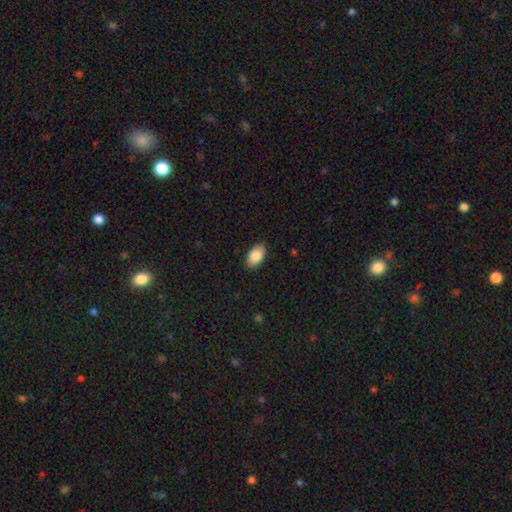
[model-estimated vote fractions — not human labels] This is clearly a smooth galaxy (86%). How rounded: clearly in between (93%). Merging: clearly none (88%).